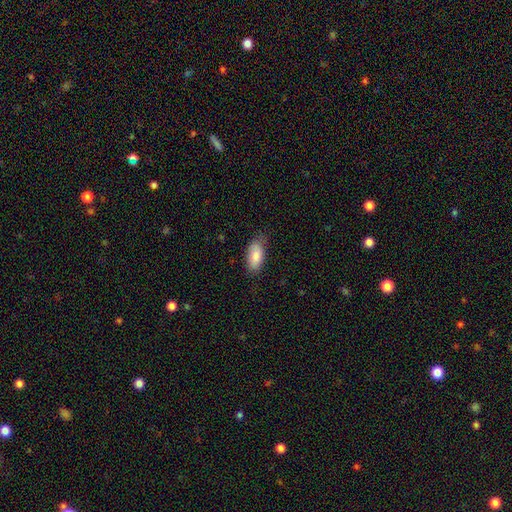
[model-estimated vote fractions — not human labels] Q: Smooth or featured?
A: smooth (85%); runner-up: featured or disk (8%)
Q: How rounded?
A: in between (90%); runner-up: cigar-shaped (8%)
Q: Merging?
A: none (71%); runner-up: minor disturbance (23%)